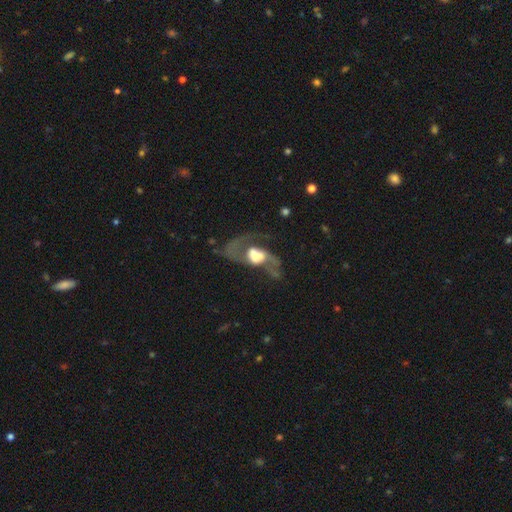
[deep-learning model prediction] A featured or disk galaxy (67%) with no bar (57%), spiral arms (66%) and a large central bulge (48%).

Vote fractions:
- Smooth or featured? featured or disk: 67% / smooth: 24% / star or artifact: 10%
- Edge-on disk? no: 94% / yes: 6%
- Bar? no: 57% / weak: 31% / strong: 13%
- Spiral arms? yes: 66% / no: 34%
- Bulge size? large: 48% / moderate: 24% / dominant: 12% / small: 8% / none: 7%
- Merging? major disturbance: 46% / none: 25% / merger: 16% / minor disturbance: 13%